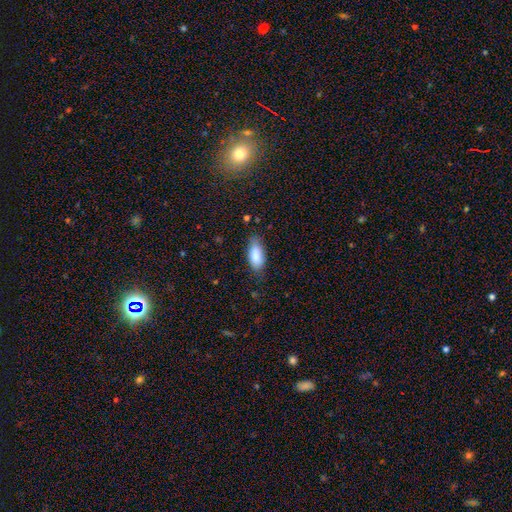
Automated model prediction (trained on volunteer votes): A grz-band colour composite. It shows a smooth galaxy with no disk features (86%) that is in between round and cigar-shaped (86%). Merging: none (76%).